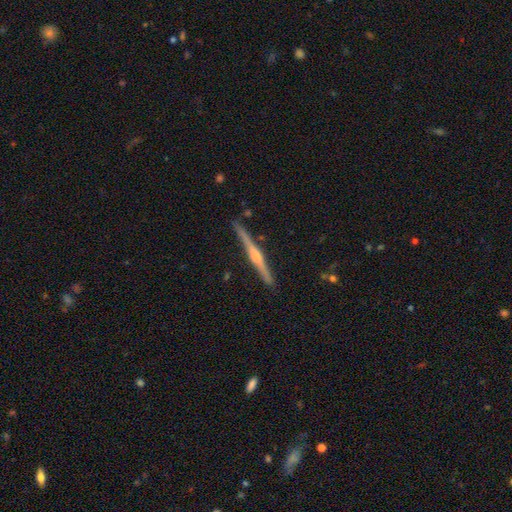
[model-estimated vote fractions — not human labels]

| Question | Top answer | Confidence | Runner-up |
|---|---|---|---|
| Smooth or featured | featured or disk | 77% | smooth (18%) |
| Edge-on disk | yes | 99% | no (1%) |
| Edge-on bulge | rounded | 65% | boxy (18%) |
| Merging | none | 90% | minor disturbance (7%) |